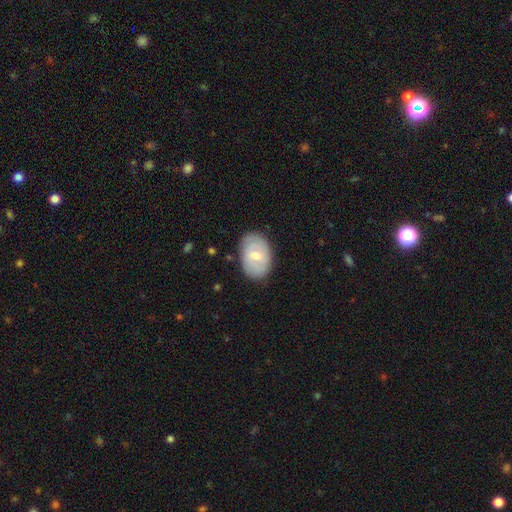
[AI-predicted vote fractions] Smooth or featured: smooth — 56% (featured or disk — 38%)
How rounded: in between — 85% (round — 14%)
Merging: none — 81% (minor disturbance — 14%)